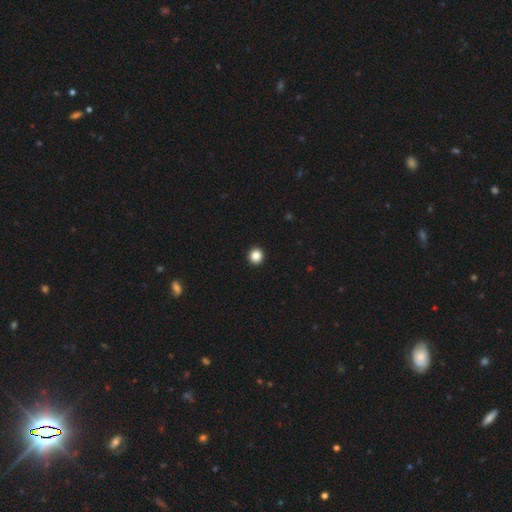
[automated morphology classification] The model was most divided on "smooth or featured": smooth: 86%, star or artifact: 11%, featured or disk: 3%. More confident: merging — none (94%); how rounded — round (93%).